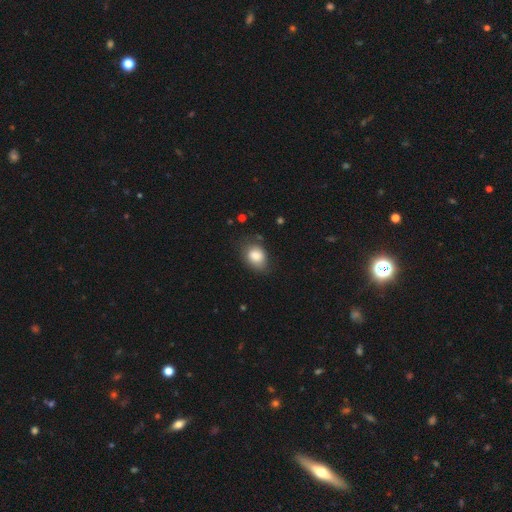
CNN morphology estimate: smooth-or-featured: smooth: 83% | featured or disk: 9% | star or artifact: 8%
  how-rounded: in between: 66% | round: 33% | cigar-shaped: 1%
  merging: none: 64% | minor disturbance: 26% | major disturbance: 7% | merger: 2%